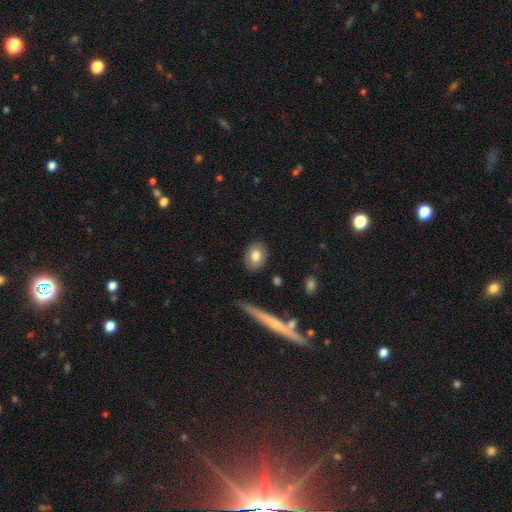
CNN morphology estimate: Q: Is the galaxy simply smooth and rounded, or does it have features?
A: smooth — 78%.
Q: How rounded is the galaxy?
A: in between — 68%.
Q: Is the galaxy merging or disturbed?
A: none — 87%.